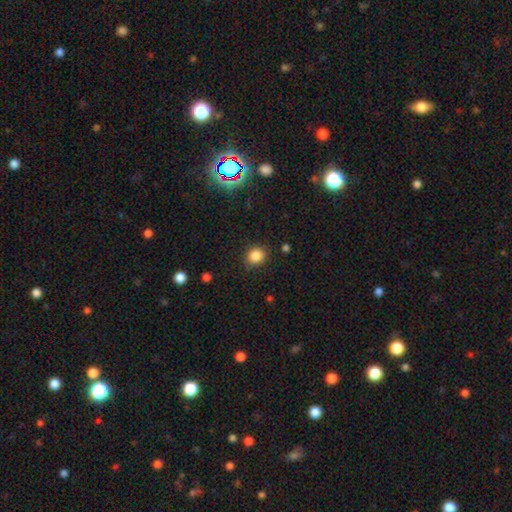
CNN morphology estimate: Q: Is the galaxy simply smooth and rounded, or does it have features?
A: smooth — 84%.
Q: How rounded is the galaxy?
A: round — 76%.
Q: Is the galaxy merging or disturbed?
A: none — 84%.